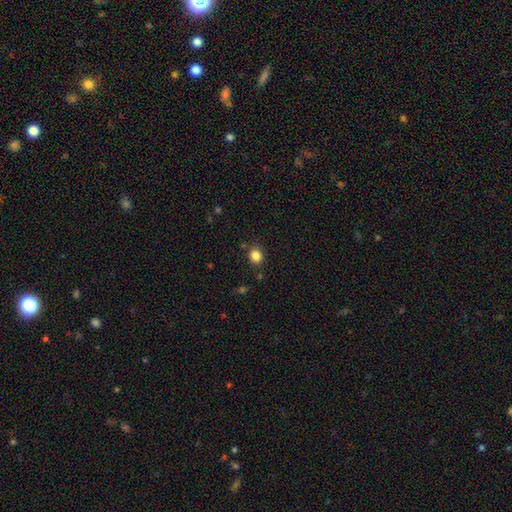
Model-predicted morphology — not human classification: smooth_or_featured: smooth (p=0.84) [alt: star or artifact p=0.12]
how_rounded: round (p=0.77) [alt: in between p=0.23]
merging: none (p=0.84) [alt: minor disturbance p=0.10]